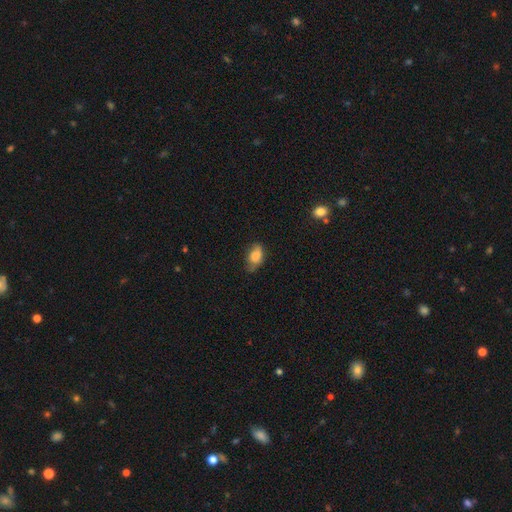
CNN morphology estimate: Overall: smooth (78%). How rounded: in between (87%). Merging: none (49%; minor disturbance 37%).